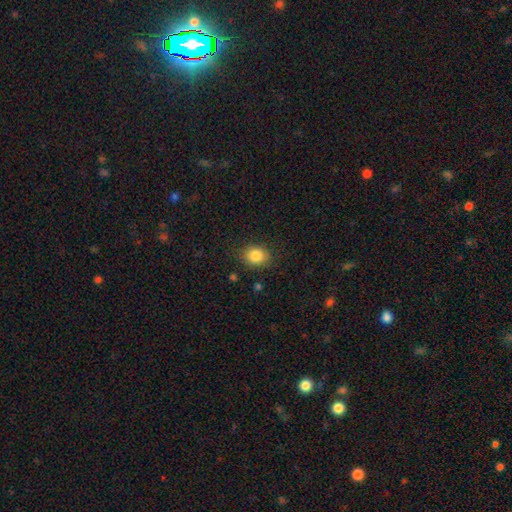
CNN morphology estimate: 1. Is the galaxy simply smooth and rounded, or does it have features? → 84% smooth, 10% star or artifact, 6% featured or disk.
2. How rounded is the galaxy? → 55% round, 45% in between, 1% cigar-shaped.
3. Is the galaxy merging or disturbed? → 85% none, 11% minor disturbance, 3% major disturbance, 1% merger.